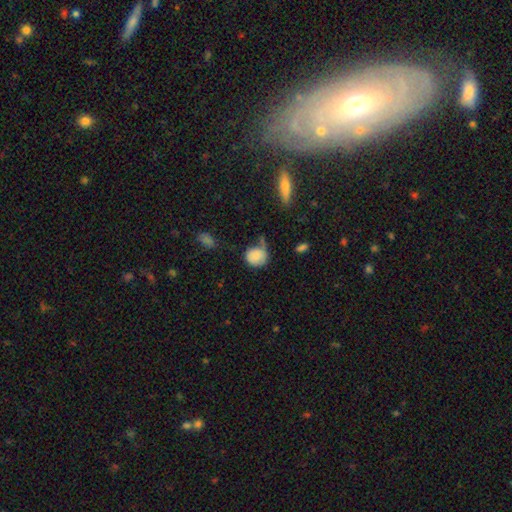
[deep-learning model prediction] smooth 80%, featured or disk 11%, star or artifact 9%. Down the decision tree: how rounded — round (76%); merging — none (43%).